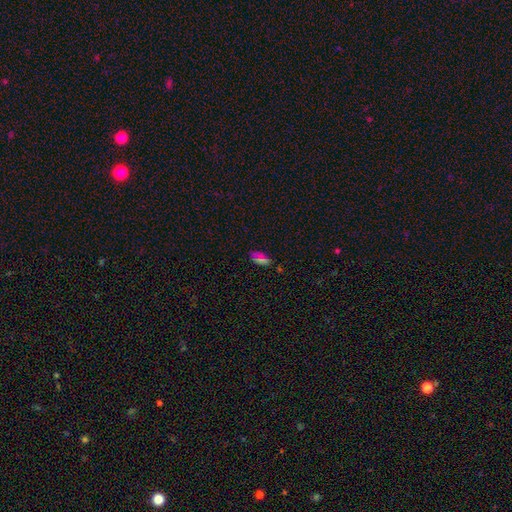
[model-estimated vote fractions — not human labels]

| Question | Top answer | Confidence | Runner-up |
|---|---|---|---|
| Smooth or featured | smooth | 51% | star or artifact (32%) |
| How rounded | in between | 86% | cigar-shaped (7%) |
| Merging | none | 68% | minor disturbance (20%) |